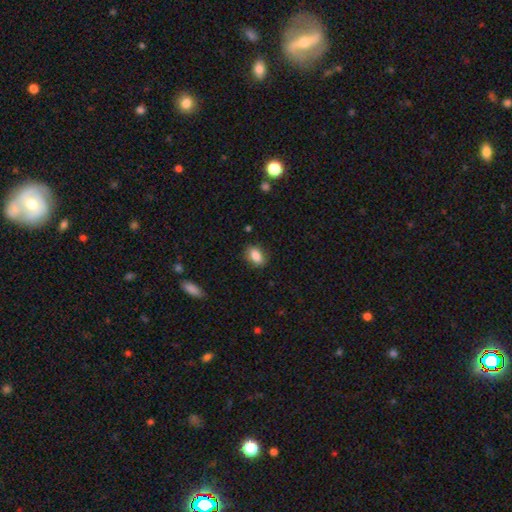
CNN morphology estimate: smooth-or-featured: smooth: 86% | star or artifact: 8% | featured or disk: 6%
  how-rounded: in between: 85% | round: 13% | cigar-shaped: 2%
  merging: none: 83% | minor disturbance: 13% | major disturbance: 3% | merger: 1%